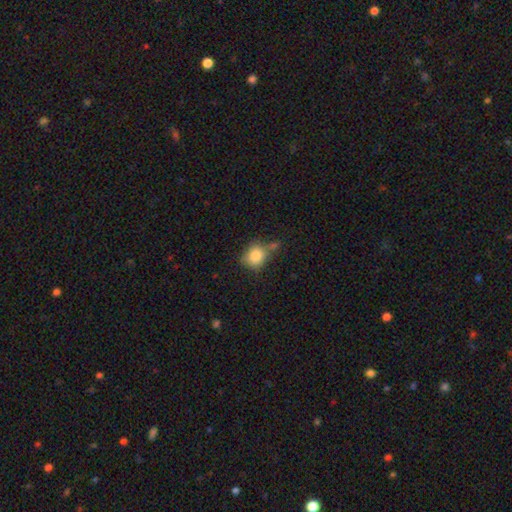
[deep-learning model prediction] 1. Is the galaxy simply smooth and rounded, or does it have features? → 83% smooth, 9% star or artifact, 8% featured or disk.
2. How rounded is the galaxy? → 65% round, 34% in between, 1% cigar-shaped.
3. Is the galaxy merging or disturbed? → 53% none, 23% minor disturbance, 16% merger, 8% major disturbance.